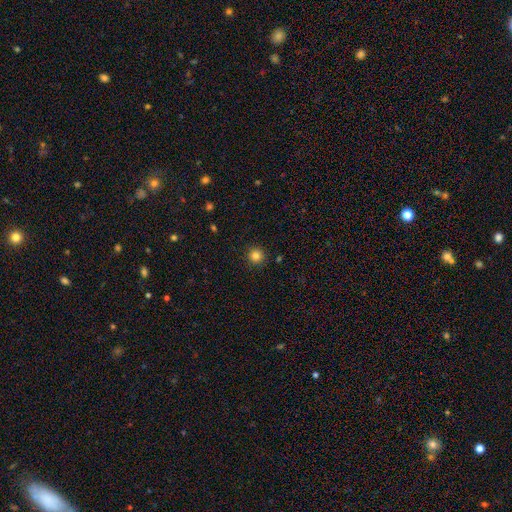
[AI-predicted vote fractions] This is clearly a smooth galaxy (82%). How rounded: clearly round (95%). Merging: clearly none (92%).